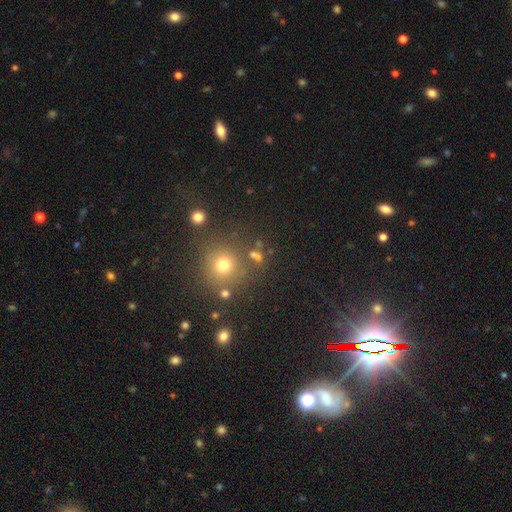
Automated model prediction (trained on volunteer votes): This is likely a smooth galaxy (61%). How rounded: clearly round (87%). Merging: likely none (76%).